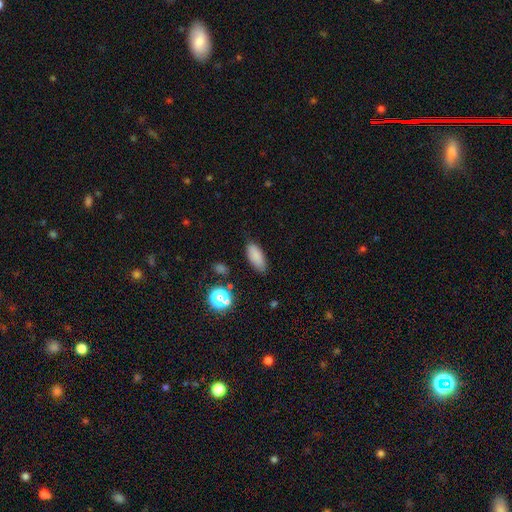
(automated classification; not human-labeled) Overall: smooth (85%). How rounded: in between (83%). Merging: none (84%).